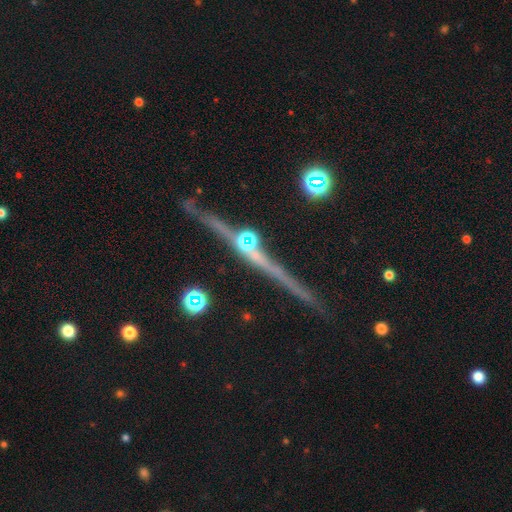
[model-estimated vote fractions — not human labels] Overall: featured or disk (85%). Edge-on disk: yes (98%). Edge-on bulge: rounded (85%). Merging: none (86%).